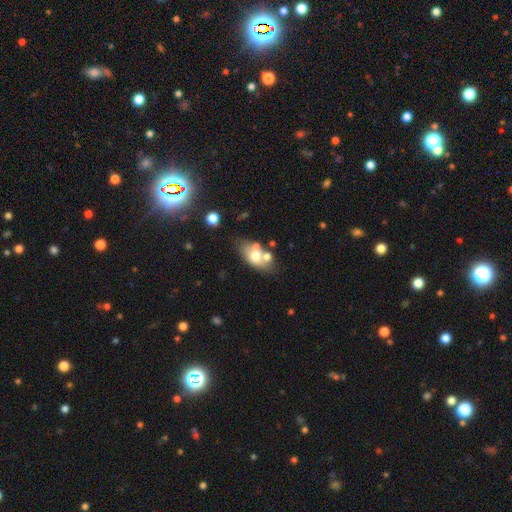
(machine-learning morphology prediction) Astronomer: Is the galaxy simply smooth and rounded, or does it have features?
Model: smooth — 64%.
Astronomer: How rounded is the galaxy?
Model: in between — 86%.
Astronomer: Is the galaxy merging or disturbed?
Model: none — 52%.